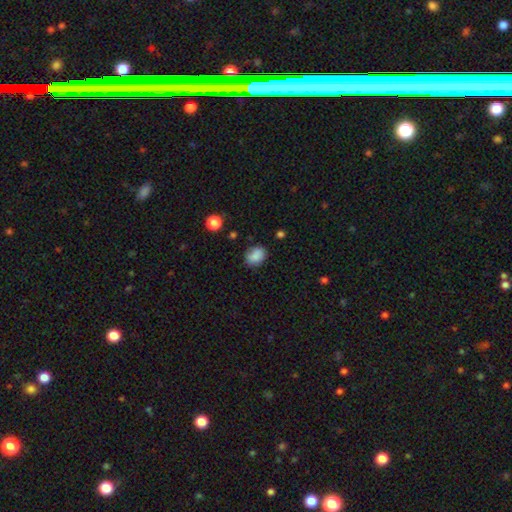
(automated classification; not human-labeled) A smooth galaxy with no disk features (86%) that is in between round and cigar-shaped (56%).

Vote fractions:
- Smooth or featured? smooth: 86% / star or artifact: 9% / featured or disk: 5%
- How rounded? in between: 56% / round: 43% / cigar-shaped: 1%
- Merging? none: 77% / minor disturbance: 17% / major disturbance: 4% / merger: 2%